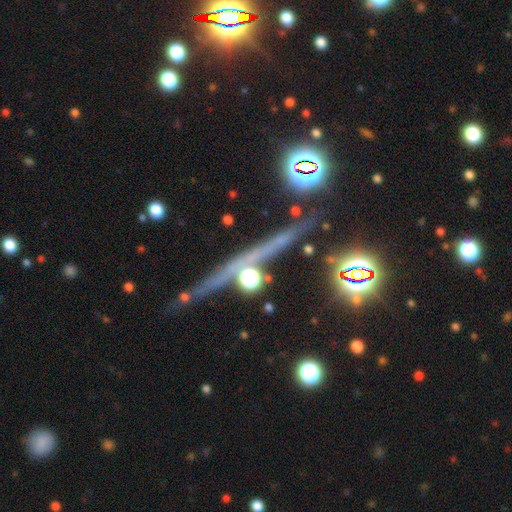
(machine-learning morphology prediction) Q: Smooth or featured?
A: featured or disk (42%); runner-up: star or artifact (35%)
Q: Merging?
A: none (83%); runner-up: minor disturbance (10%)